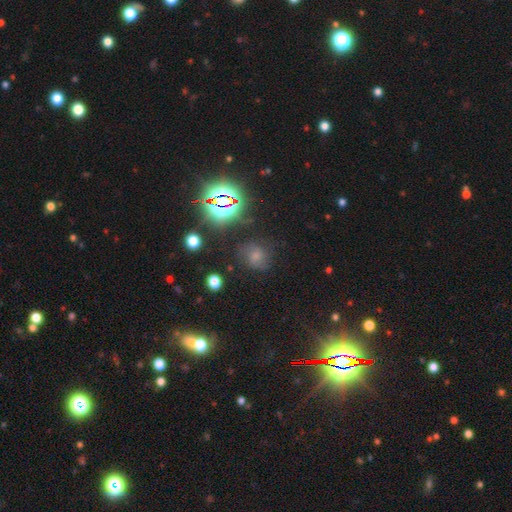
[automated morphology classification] Q: Smooth or featured?
A: smooth (53%); runner-up: star or artifact (28%)
Q: How rounded?
A: round (67%); runner-up: in between (31%)
Q: Merging?
A: none (65%); runner-up: minor disturbance (21%)